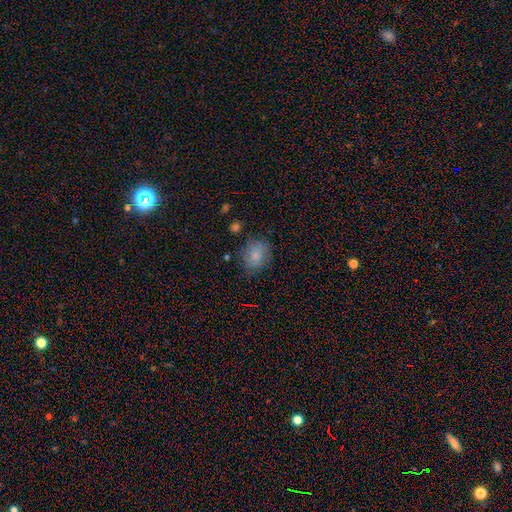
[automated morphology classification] type=smooth (80%); roundness=round (50%); merging=none (72%).